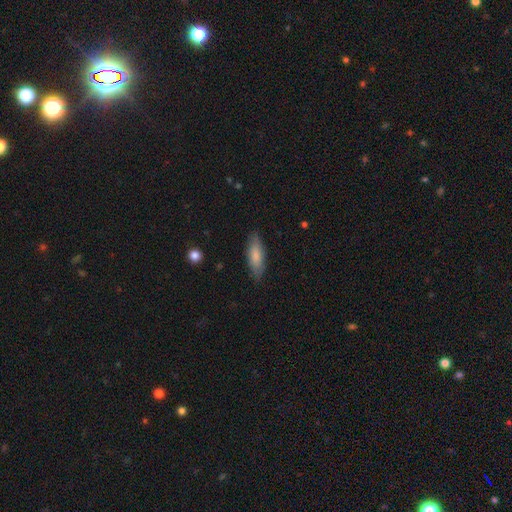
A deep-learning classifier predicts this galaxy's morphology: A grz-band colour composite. It shows a smooth galaxy with no disk features (78%) that is in between round and cigar-shaped (63%). Merging: none (82%).